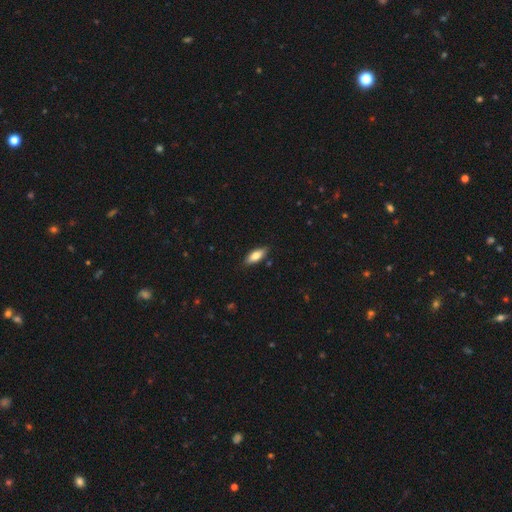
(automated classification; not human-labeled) Smooth or featured?
  - smooth: 74% *
  - featured or disk: 20%
  - star or artifact: 6%
How rounded?
  - in between: 72% *
  - cigar-shaped: 25%
  - round: 2%
Merging?
  - none: 86% *
  - minor disturbance: 11%
  - major disturbance: 2%
  - merger: 1%